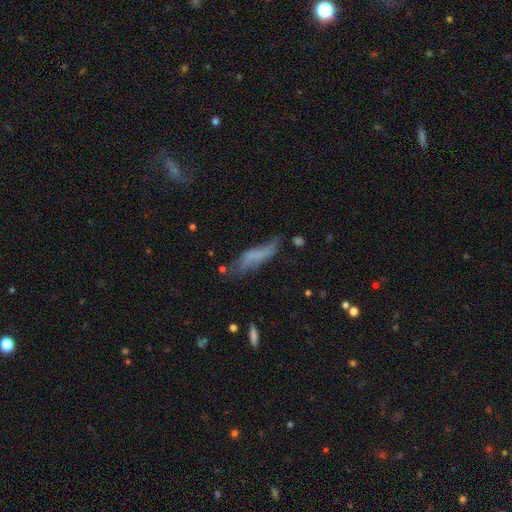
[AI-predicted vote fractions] Smooth or featured? Predicted: smooth (p=0.54). How rounded? Predicted: cigar-shaped (p=0.61). Merging? Predicted: none (p=0.40).